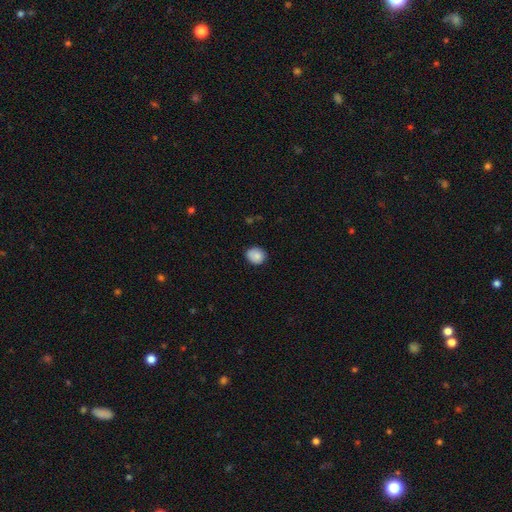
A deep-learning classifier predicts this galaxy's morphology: Smooth or featured: smooth — 86% (star or artifact — 8%)
How rounded: round — 73% (in between — 26%)
Merging: none — 81% (minor disturbance — 16%)